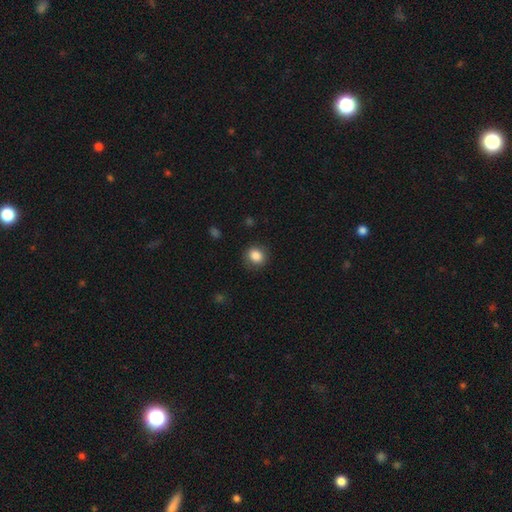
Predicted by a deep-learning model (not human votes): smooth 85%, star or artifact 10%, featured or disk 5%. Down the decision tree: how rounded — round (73%); merging — none (82%).